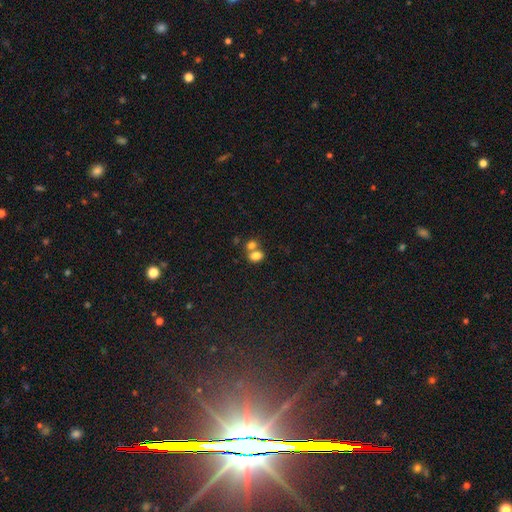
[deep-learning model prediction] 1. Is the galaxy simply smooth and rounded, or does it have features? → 79% smooth, 11% star or artifact, 10% featured or disk.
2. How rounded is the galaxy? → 64% in between, 35% round, 1% cigar-shaped.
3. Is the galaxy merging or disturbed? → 53% merger, 36% none, 8% minor disturbance, 3% major disturbance.